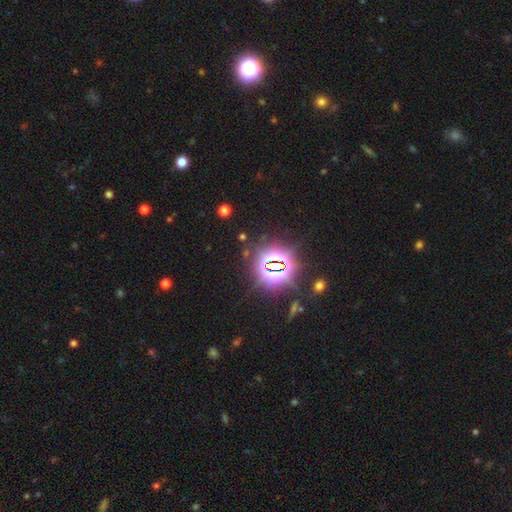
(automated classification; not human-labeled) Overall: star or artifact (83%).